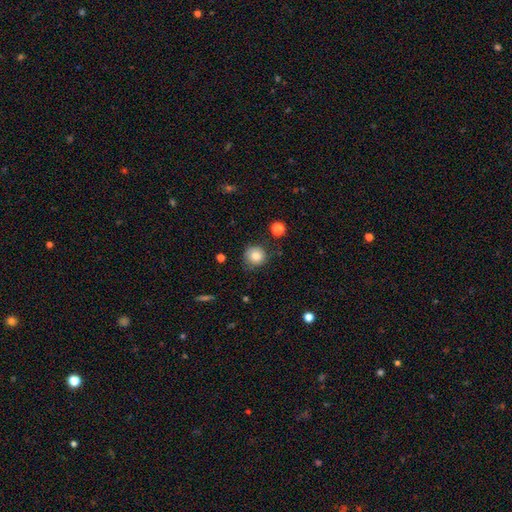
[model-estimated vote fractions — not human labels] The model was most divided on "merging": none: 77%, minor disturbance: 17%, major disturbance: 4%, merger: 2%. More confident: how rounded — round (90%); smooth or featured — smooth (81%).